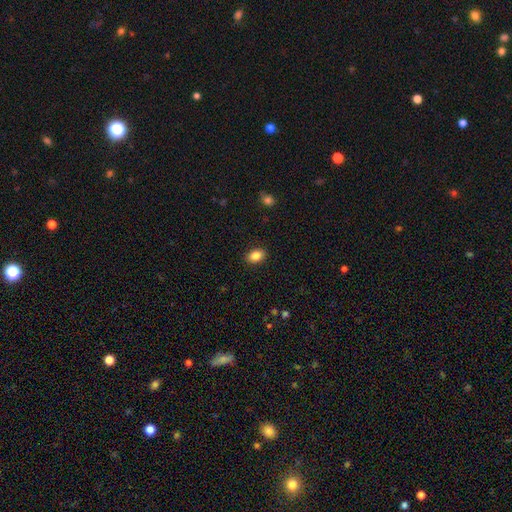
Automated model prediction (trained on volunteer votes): Smooth or featured? Predicted: smooth (p=0.86). How rounded? Predicted: in between (p=0.84). Merging? Predicted: none (p=0.89).